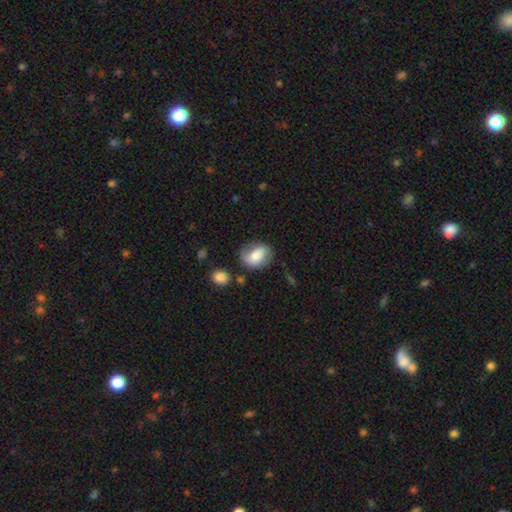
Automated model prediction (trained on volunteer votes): This is likely a smooth galaxy (63%). How rounded: possibly in between (56%). Merging: likely none (66%).